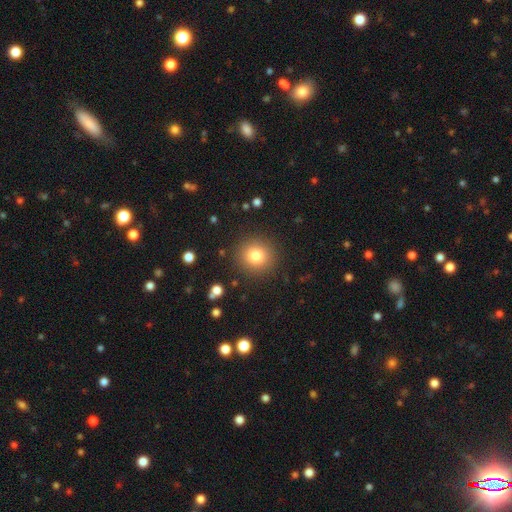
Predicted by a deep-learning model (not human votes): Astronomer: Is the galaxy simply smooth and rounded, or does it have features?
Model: smooth — 80%.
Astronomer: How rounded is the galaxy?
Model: round — 91%.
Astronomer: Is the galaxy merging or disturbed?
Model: none — 89%.